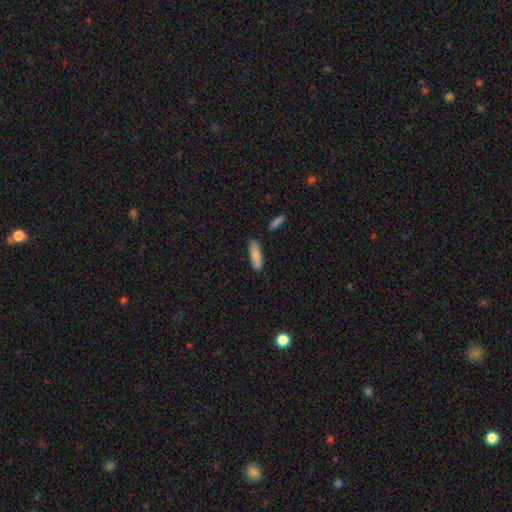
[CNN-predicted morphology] Overall: smooth (86%). How rounded: cigar-shaped (56%; in between 42%). Merging: none (84%).